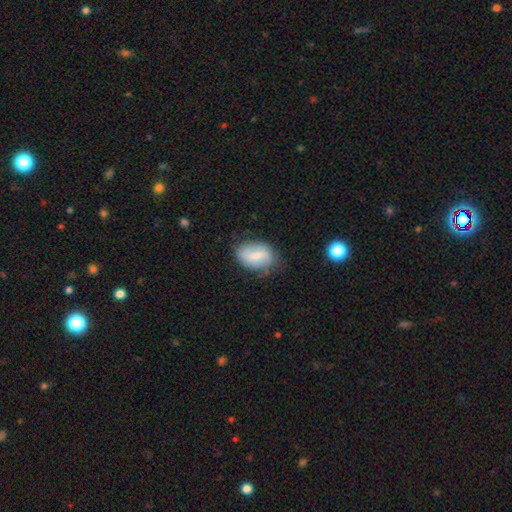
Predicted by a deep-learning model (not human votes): smooth 60%, featured or disk 33%, star or artifact 7%. Down the decision tree: how rounded — in between (85%); merging — none (68%).